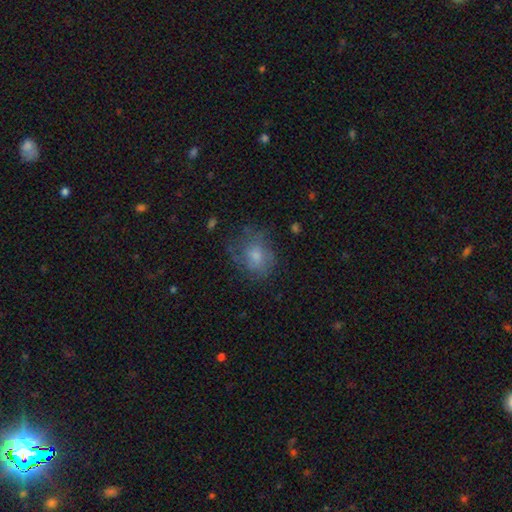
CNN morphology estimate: smooth 55%, featured or disk 34%, star or artifact 11%. Down the decision tree: how rounded — round (55%); merging — none (58%).